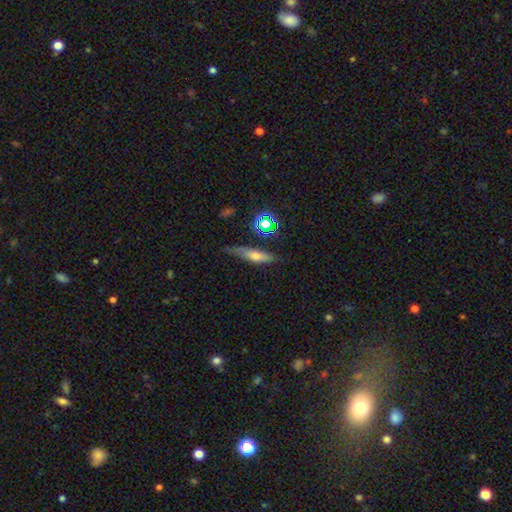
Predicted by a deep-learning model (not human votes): Smooth or featured: smooth — 51% (featured or disk — 35%)
How rounded: cigar-shaped — 73% (in between — 22%)
Merging: none — 65% (minor disturbance — 24%)